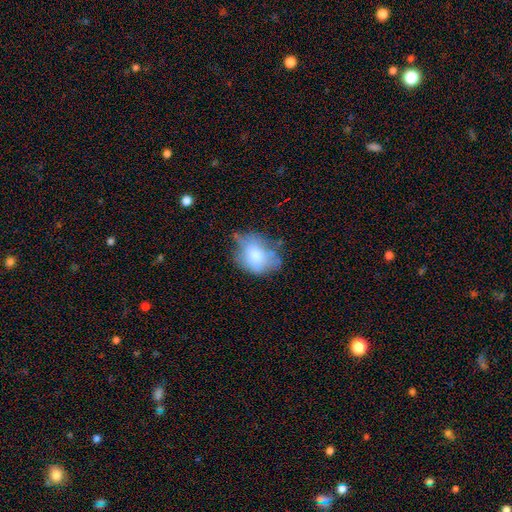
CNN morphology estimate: type=smooth (63%); roundness=in between (69%); merging=none (40%).